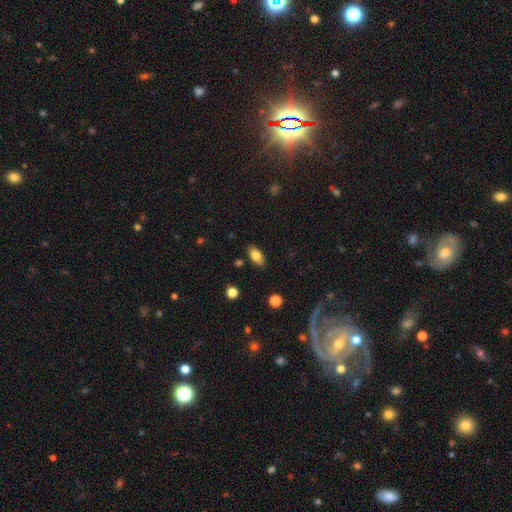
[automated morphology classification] Smooth or featured?
  - smooth: 79% *
  - featured or disk: 13%
  - star or artifact: 8%
How rounded?
  - in between: 90% *
  - cigar-shaped: 6%
  - round: 4%
Merging?
  - none: 86% *
  - minor disturbance: 10%
  - major disturbance: 2%
  - merger: 2%